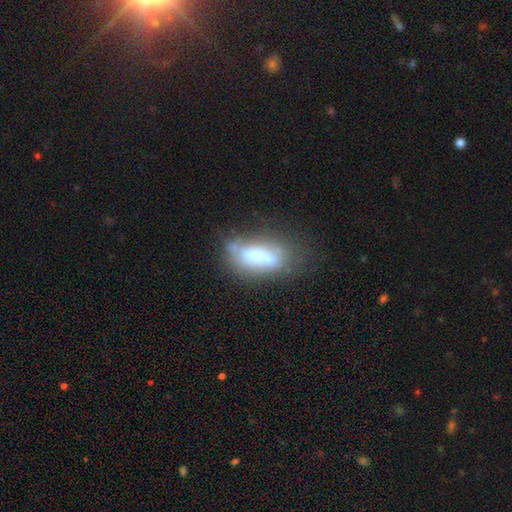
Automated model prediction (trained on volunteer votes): A smooth galaxy with no disk features (52%) that is in between round and cigar-shaped (71%). Merging: none (37%).